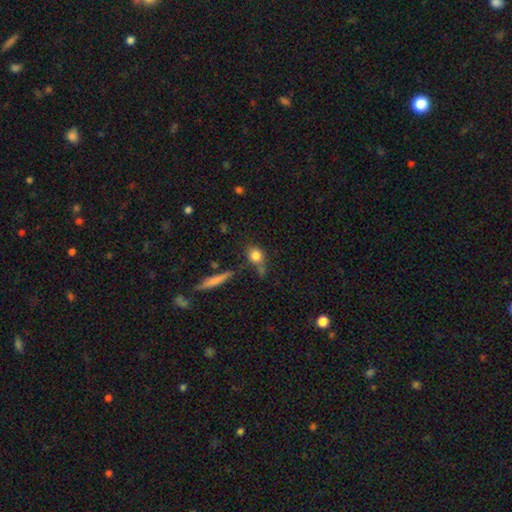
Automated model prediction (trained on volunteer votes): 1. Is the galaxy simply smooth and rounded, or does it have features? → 81% smooth, 10% featured or disk, 9% star or artifact.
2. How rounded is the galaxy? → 59% round, 34% in between, 6% cigar-shaped.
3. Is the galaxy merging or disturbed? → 62% none, 18% minor disturbance, 13% merger, 6% major disturbance.